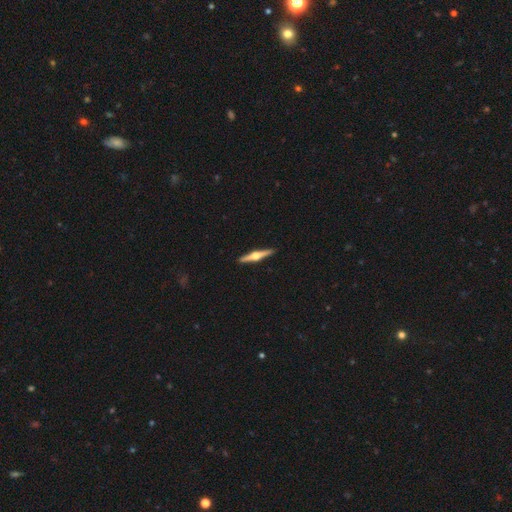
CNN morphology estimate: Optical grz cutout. It shows a featured or disk galaxy (77%) viewed edge-on (98%) with a rounded central bulge (95%). Merging: none (92%).